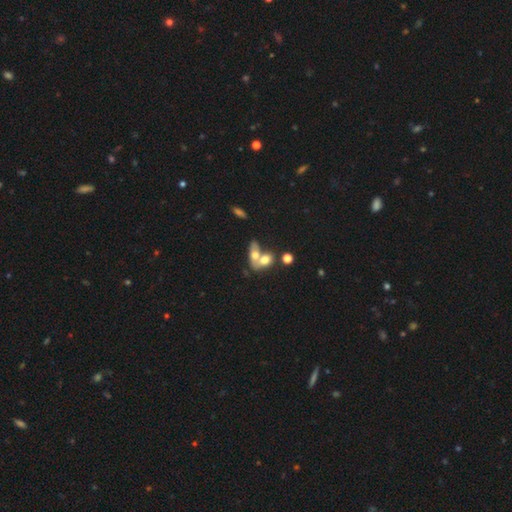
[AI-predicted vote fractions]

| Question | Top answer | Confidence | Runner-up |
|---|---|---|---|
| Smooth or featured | smooth | 63% | featured or disk (28%) |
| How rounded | in between | 76% | round (19%) |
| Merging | merger | 68% | none (20%) |